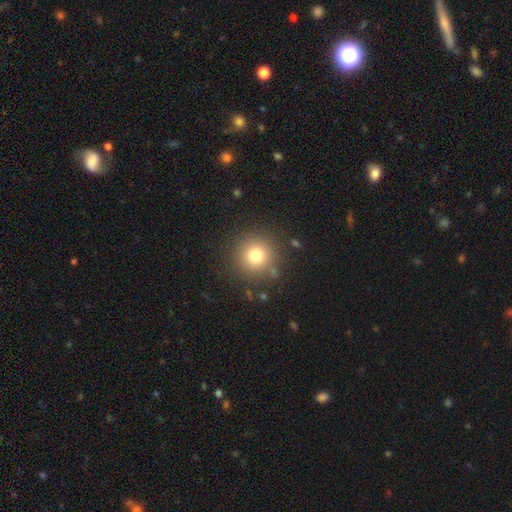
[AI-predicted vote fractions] The model was most divided on "smooth or featured": smooth: 77%, star or artifact: 13%, featured or disk: 9%. More confident: how rounded — round (95%); merging — none (86%).